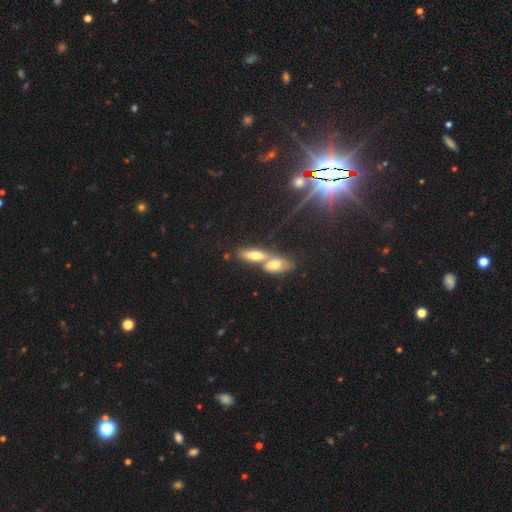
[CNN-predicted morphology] Smooth or featured: smooth — 54% (featured or disk — 28%)
How rounded: in between — 70% (cigar-shaped — 24%)
Merging: merger — 60% (none — 29%)